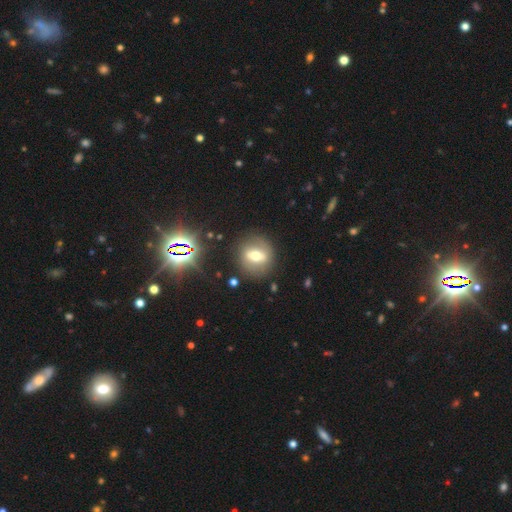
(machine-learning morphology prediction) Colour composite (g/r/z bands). It shows a featured or disk galaxy (49%). Merging: none (84%).